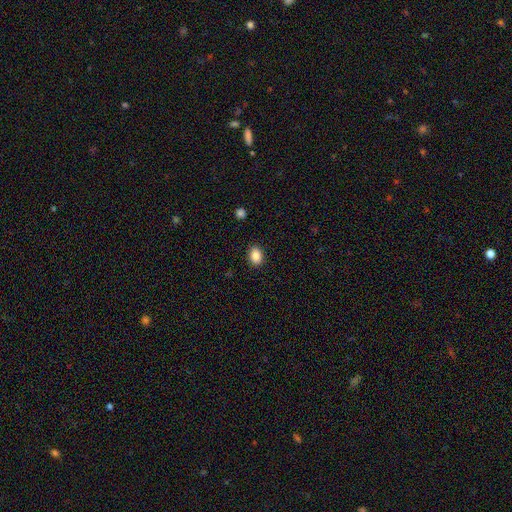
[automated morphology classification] Smooth or featured? smooth (86%)
How rounded? in between (69%)
Merging? none (89%)